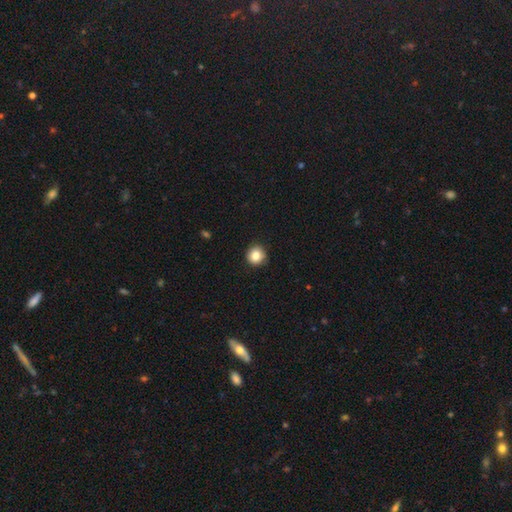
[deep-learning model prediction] This appears to be a smooth galaxy with no disk features (84%) that is round (92%). Merging: none (88%).